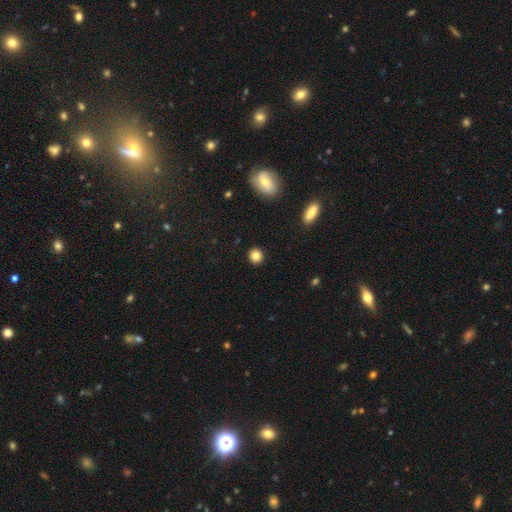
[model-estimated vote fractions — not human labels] Smooth or featured? smooth (84%)
How rounded? round (85%)
Merging? none (91%)